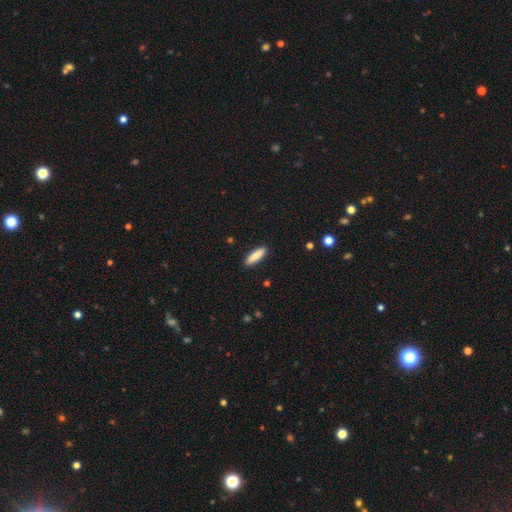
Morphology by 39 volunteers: A smooth galaxy with no disk features (92%) that is cigar-shaped (72%). Merging: none (95%).